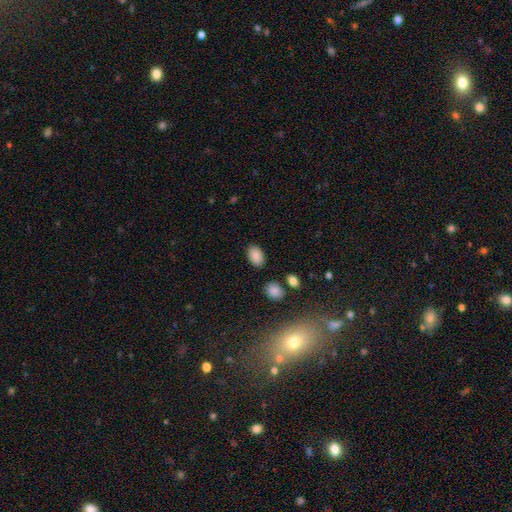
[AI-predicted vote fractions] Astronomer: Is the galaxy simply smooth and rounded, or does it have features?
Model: smooth — 87%.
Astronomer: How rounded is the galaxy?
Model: in between — 89%.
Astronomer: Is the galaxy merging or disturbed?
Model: none — 85%.